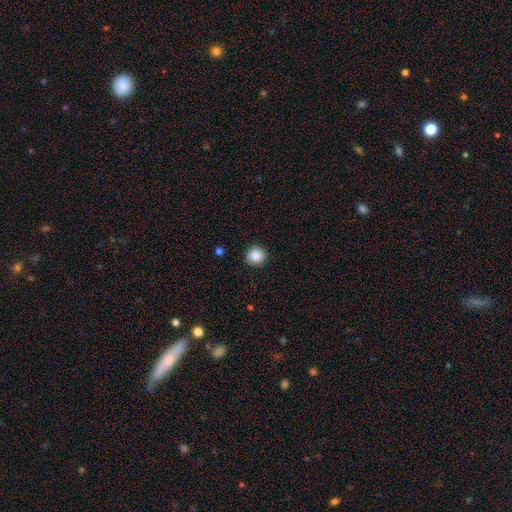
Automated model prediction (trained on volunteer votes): Smooth or featured?
  - smooth: 88% *
  - star or artifact: 9%
  - featured or disk: 3%
How rounded?
  - round: 93% *
  - in between: 6%
  - cigar-shaped: 1%
Merging?
  - none: 90% *
  - minor disturbance: 7%
  - major disturbance: 2%
  - merger: 1%